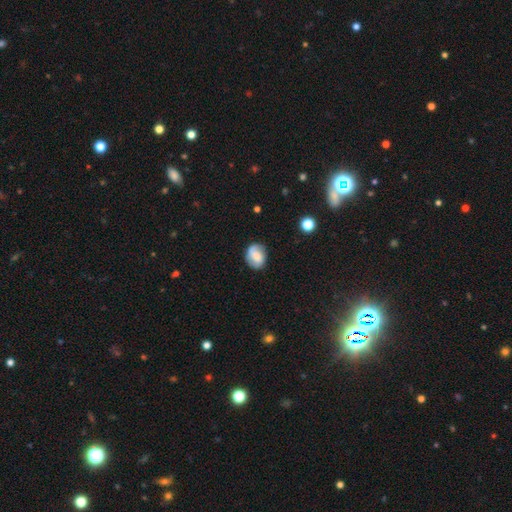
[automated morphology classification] This is possibly a smooth galaxy (55%). How rounded: possibly round (52%). Merging: likely none (73%).